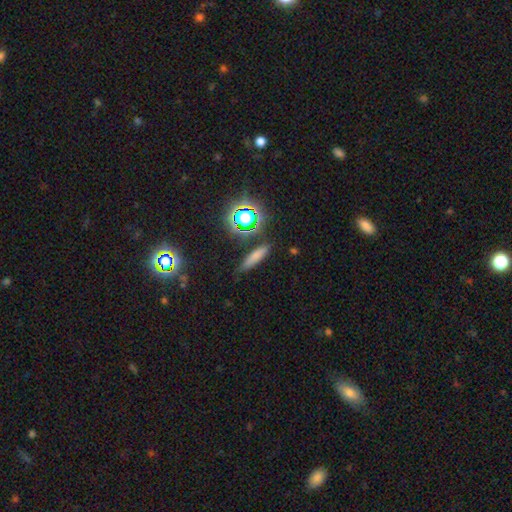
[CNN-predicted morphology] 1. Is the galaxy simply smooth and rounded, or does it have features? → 70% smooth, 18% star or artifact, 13% featured or disk.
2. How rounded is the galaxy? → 72% cigar-shaped, 23% in between, 5% round.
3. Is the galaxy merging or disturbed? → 81% none, 13% minor disturbance, 3% major disturbance, 3% merger.